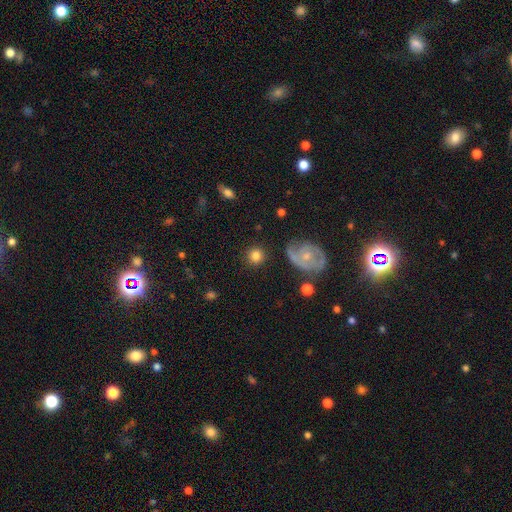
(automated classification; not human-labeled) This is likely a smooth galaxy (77%). How rounded: clearly round (92%). Merging: clearly none (86%).